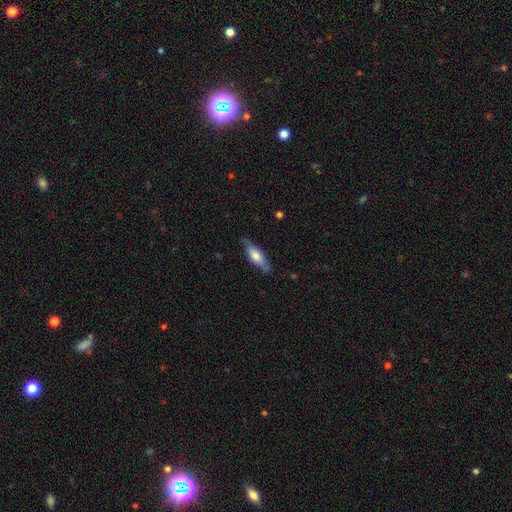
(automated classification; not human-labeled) A smooth galaxy with no disk features (60%) that is in between round and cigar-shaped (55%).

Vote fractions:
- Smooth or featured? smooth: 60% / featured or disk: 34% / star or artifact: 6%
- How rounded? in between: 55% / cigar-shaped: 43% / round: 2%
- Merging? none: 75% / minor disturbance: 20% / major disturbance: 4% / merger: 2%